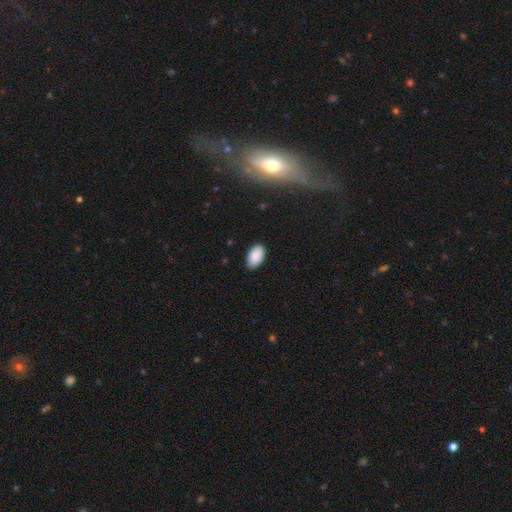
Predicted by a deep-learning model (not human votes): Q: Smooth or featured?
A: smooth (90%); runner-up: star or artifact (7%)
Q: How rounded?
A: in between (95%); runner-up: round (4%)
Q: Merging?
A: none (87%); runner-up: minor disturbance (10%)